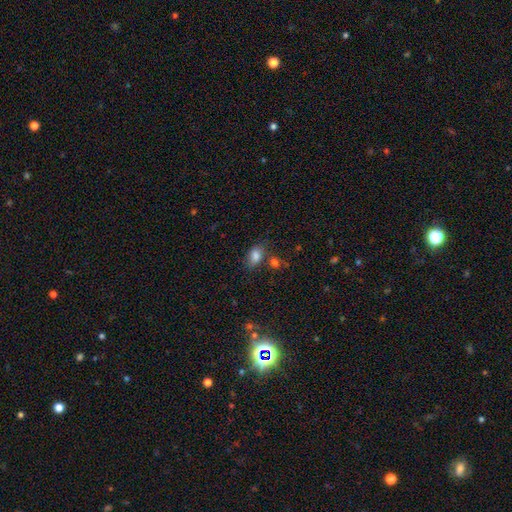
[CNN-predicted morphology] Overall: smooth (82%). How rounded: in between (84%). Merging: none (61%).